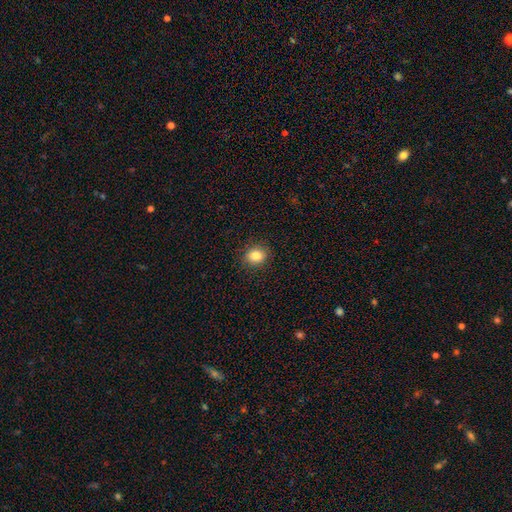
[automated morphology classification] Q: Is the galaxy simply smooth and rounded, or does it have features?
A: smooth — 85%.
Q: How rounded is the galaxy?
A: round — 69%.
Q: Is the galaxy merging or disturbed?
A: none — 89%.